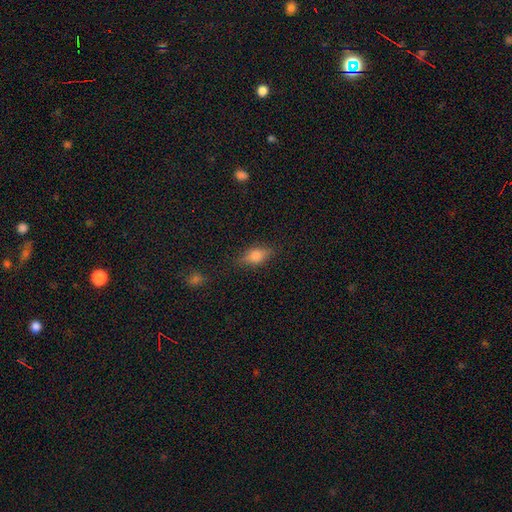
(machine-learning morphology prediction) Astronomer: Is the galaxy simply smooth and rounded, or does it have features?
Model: smooth — 66%.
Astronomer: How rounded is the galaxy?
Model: in between — 77%.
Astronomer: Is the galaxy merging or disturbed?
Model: none — 80%.